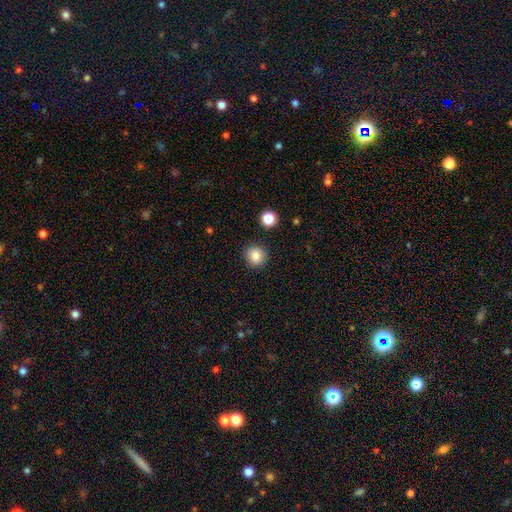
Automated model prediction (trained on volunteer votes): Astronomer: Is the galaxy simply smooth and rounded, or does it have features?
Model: smooth — 85%.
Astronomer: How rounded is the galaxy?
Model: round — 91%.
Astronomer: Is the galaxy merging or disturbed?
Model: none — 89%.